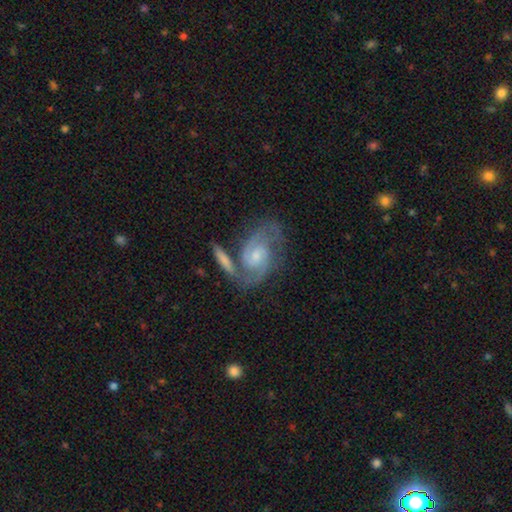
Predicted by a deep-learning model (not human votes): A featured or disk galaxy (87%) with no bar (53%), 2 (84%) medium (51%) spiral arms (97%) and a small central bulge (57%). Merging: none (57%).